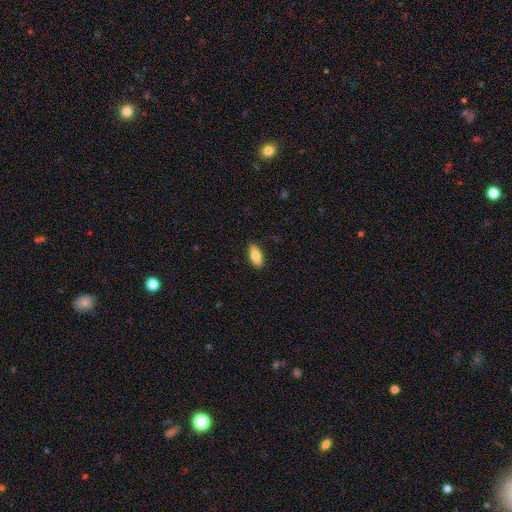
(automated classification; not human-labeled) Smooth or featured: smooth — 81% (featured or disk — 13%)
How rounded: in between — 86% (cigar-shaped — 12%)
Merging: none — 88% (minor disturbance — 9%)